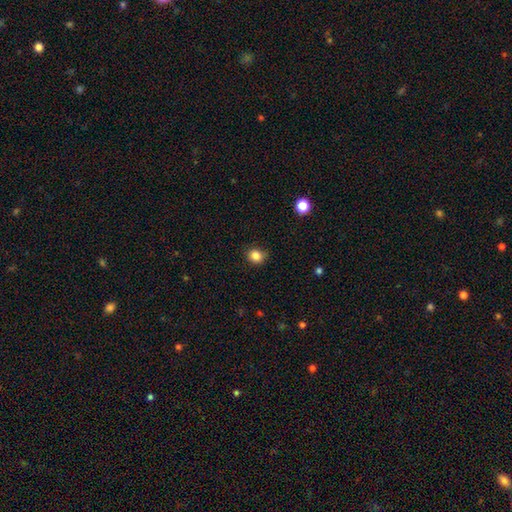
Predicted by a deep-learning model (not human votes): Smooth or featured?
  - smooth: 84% *
  - star or artifact: 12%
  - featured or disk: 4%
How rounded?
  - round: 75% *
  - in between: 24%
  - cigar-shaped: 1%
Merging?
  - none: 81% *
  - minor disturbance: 15%
  - major disturbance: 3%
  - merger: 1%